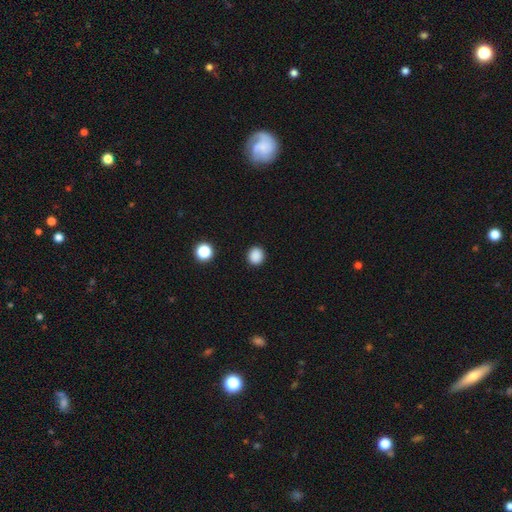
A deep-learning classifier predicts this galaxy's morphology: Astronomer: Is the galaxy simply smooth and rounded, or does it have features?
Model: smooth — 87%.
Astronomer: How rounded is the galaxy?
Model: round — 86%.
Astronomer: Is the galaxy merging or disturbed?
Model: none — 92%.